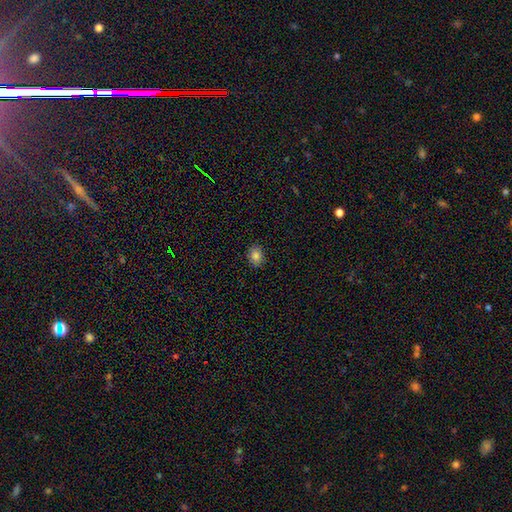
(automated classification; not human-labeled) Smooth or featured?
  - smooth: 84% *
  - star or artifact: 10%
  - featured or disk: 6%
How rounded?
  - in between: 63% *
  - round: 36%
  - cigar-shaped: 1%
Merging?
  - none: 88% *
  - minor disturbance: 9%
  - major disturbance: 2%
  - merger: 1%